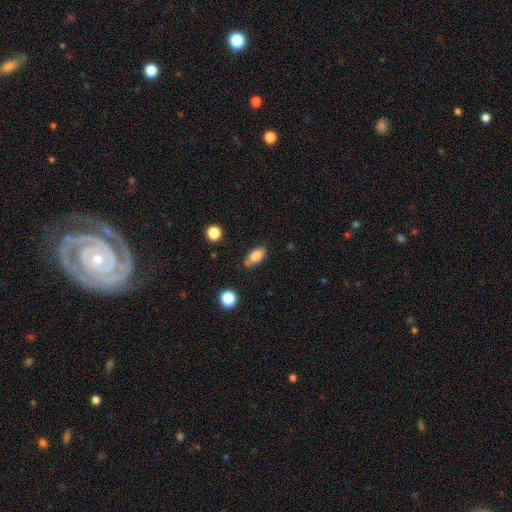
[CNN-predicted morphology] The model was most divided on "merging": none: 67%, minor disturbance: 22%, merger: 6%, major disturbance: 5%. More confident: how rounded — in between (87%); smooth or featured — smooth (81%).